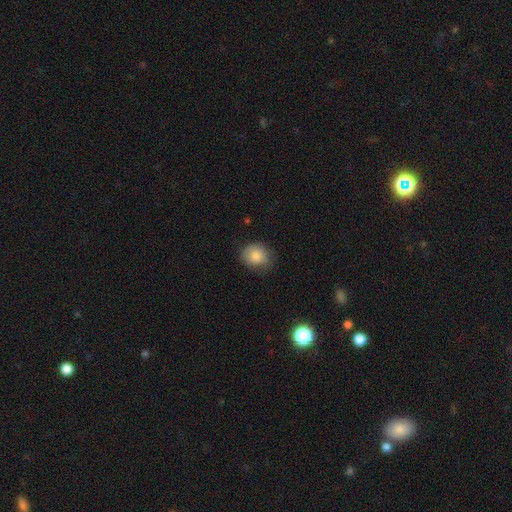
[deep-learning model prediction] A smooth galaxy with no disk features (83%) that is round (70%).

Vote fractions:
- Smooth or featured? smooth: 83% / featured or disk: 9% / star or artifact: 8%
- How rounded? round: 70% / in between: 29% / cigar-shaped: 1%
- Merging? none: 70% / minor disturbance: 23% / major disturbance: 6% / merger: 1%